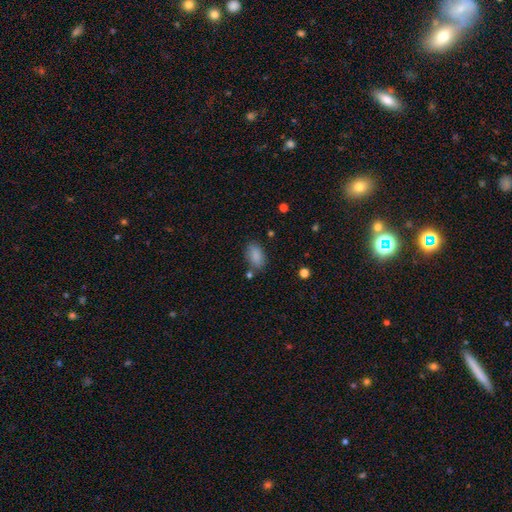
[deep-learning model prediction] Morphology: type=smooth (87%); roundness=in between (91%); merging=none (78%).